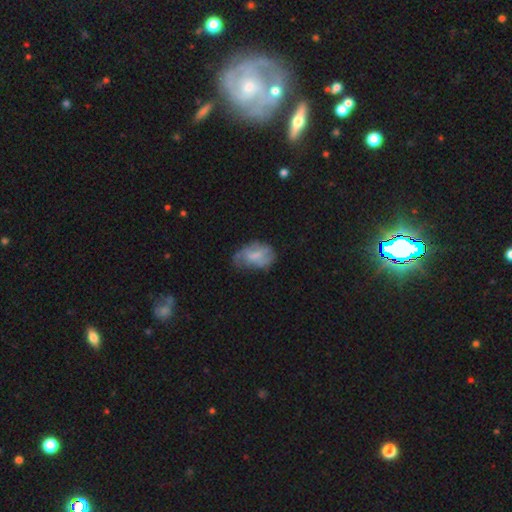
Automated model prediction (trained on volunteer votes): A smooth galaxy with no disk features (54%) that is in between round and cigar-shaped (88%).

Vote fractions:
- Smooth or featured? smooth: 54% / featured or disk: 38% / star or artifact: 8%
- How rounded? in between: 88% / round: 10% / cigar-shaped: 2%
- Merging? none: 41% / minor disturbance: 36% / major disturbance: 21% / merger: 2%